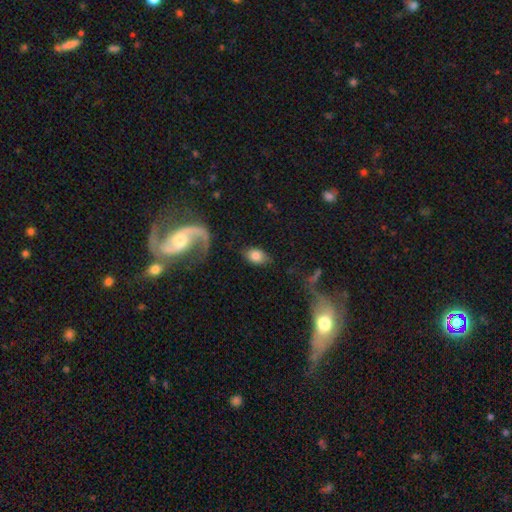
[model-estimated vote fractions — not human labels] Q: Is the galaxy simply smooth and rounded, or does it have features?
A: smooth — 73%.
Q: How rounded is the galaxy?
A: in between — 84%.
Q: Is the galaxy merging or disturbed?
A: none — 77%.